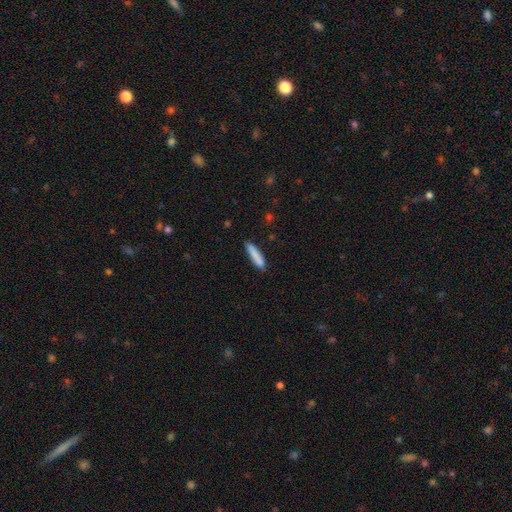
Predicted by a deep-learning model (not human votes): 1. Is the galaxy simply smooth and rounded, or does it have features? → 86% smooth, 8% featured or disk, 6% star or artifact.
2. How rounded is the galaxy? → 85% cigar-shaped, 13% in between, 1% round.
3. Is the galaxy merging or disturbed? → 85% none, 11% minor disturbance, 2% major disturbance, 1% merger.